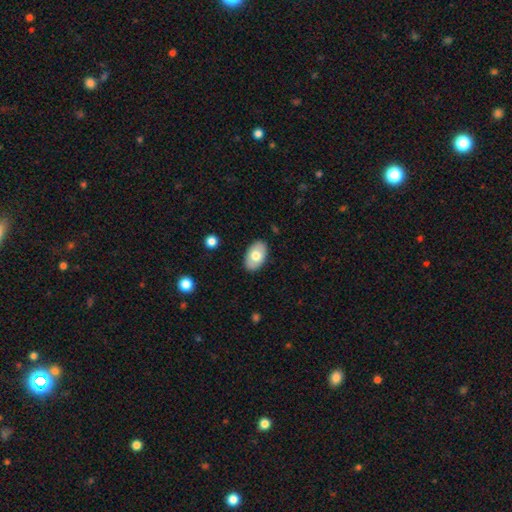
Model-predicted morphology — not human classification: A smooth galaxy with no disk features (70%) that is in between round and cigar-shaped (93%).

Vote fractions:
- Smooth or featured? smooth: 70% / featured or disk: 24% / star or artifact: 6%
- How rounded? in between: 93% / round: 6% / cigar-shaped: 1%
- Merging? none: 87% / minor disturbance: 10% / major disturbance: 2% / merger: 1%